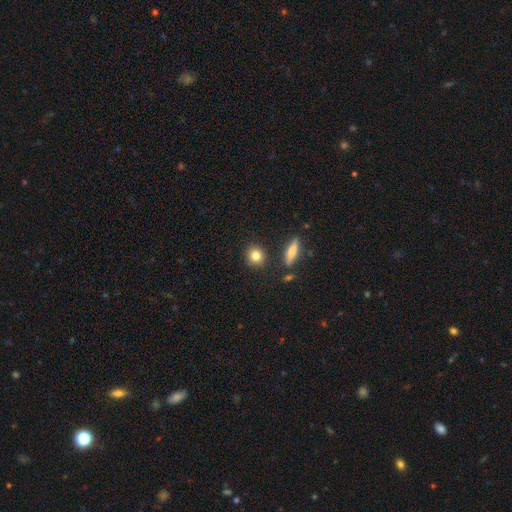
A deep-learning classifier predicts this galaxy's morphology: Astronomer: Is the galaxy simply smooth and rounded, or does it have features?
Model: smooth — 82%.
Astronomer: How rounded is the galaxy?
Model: round — 78%.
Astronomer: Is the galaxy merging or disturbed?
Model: none — 85%.